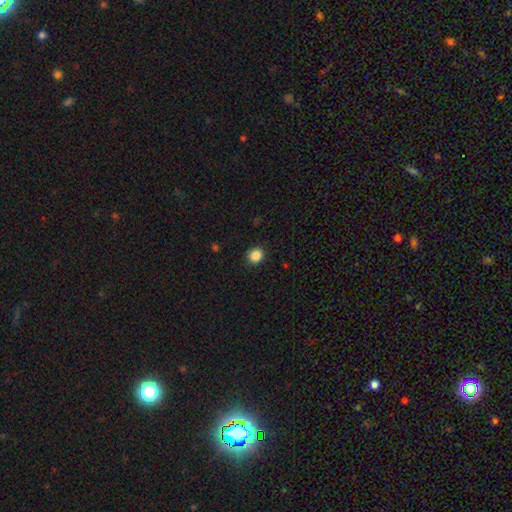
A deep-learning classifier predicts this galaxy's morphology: Q: Smooth or featured?
A: smooth (87%); runner-up: star or artifact (10%)
Q: How rounded?
A: round (84%); runner-up: in between (15%)
Q: Merging?
A: none (91%); runner-up: minor disturbance (6%)